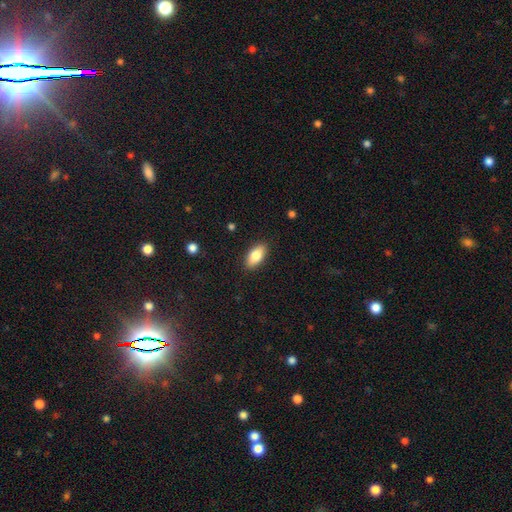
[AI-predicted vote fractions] Q: Smooth or featured?
A: smooth (81%); runner-up: featured or disk (13%)
Q: How rounded?
A: in between (87%); runner-up: cigar-shaped (10%)
Q: Merging?
A: none (88%); runner-up: minor disturbance (9%)